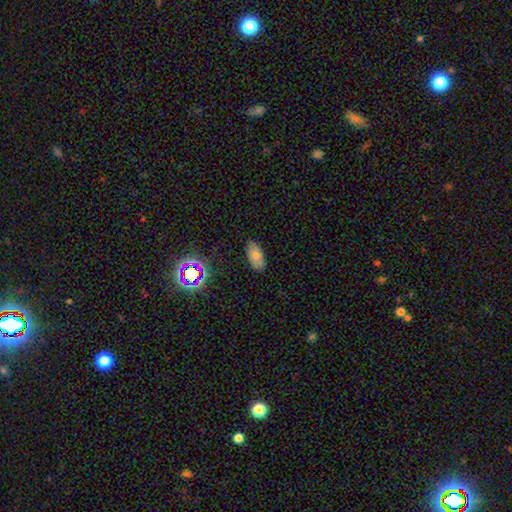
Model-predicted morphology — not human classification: Smooth or featured: smooth — 75% (featured or disk — 13%)
How rounded: in between — 93% (cigar-shaped — 4%)
Merging: none — 85% (minor disturbance — 12%)